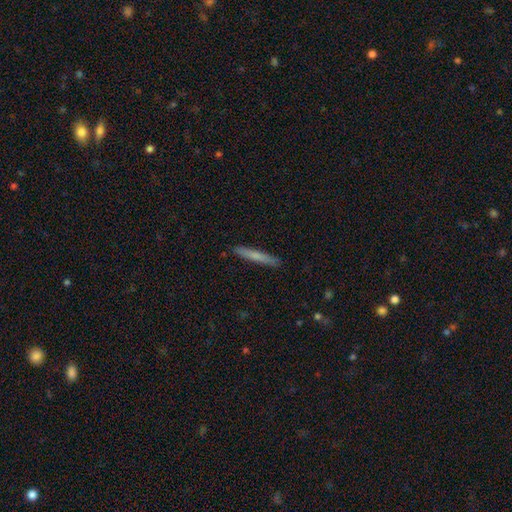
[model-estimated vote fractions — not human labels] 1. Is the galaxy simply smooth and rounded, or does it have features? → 69% smooth, 25% featured or disk, 6% star or artifact.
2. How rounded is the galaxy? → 95% cigar-shaped, 3% in between, 1% round.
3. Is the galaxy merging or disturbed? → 90% none, 7% minor disturbance, 1% major disturbance, 1% merger.